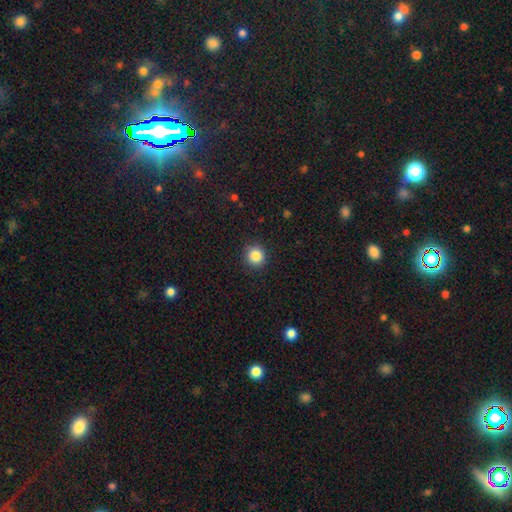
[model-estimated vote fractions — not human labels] smooth 85%, star or artifact 10%, featured or disk 4%. Down the decision tree: how rounded — round (91%); merging — none (91%).